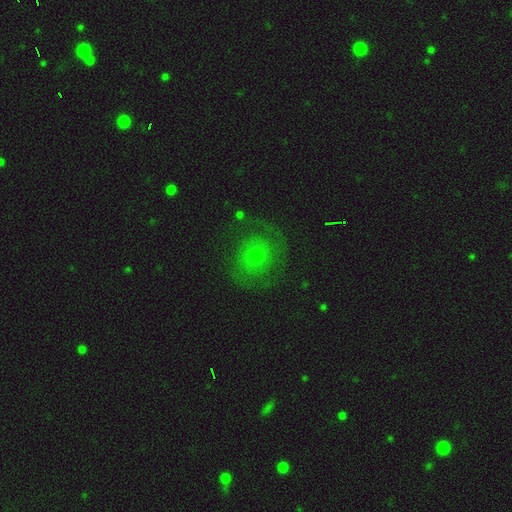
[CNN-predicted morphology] Overall: smooth (43%; featured or disk 42%). Merging: none (71%).